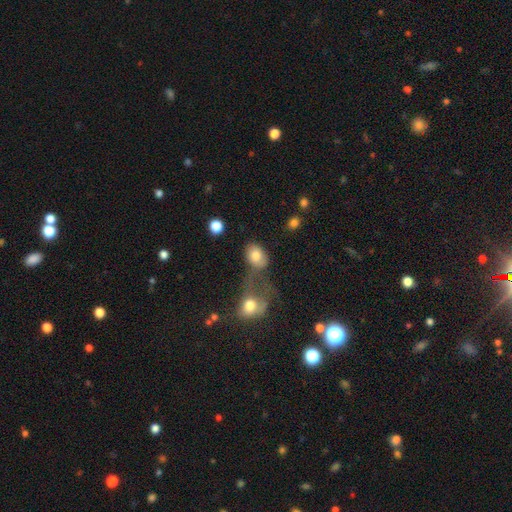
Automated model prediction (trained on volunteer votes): Morphology: type=smooth (78%); roundness=in between (73%); merging=none (44%).